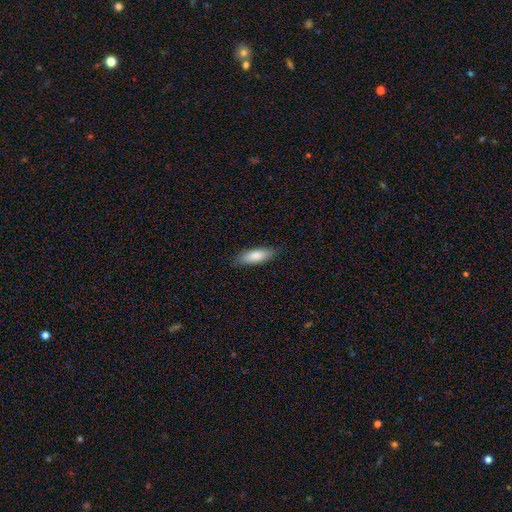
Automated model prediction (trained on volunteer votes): A smooth galaxy with no disk features (81%) that is in between round and cigar-shaped (56%). Merging: none (85%).